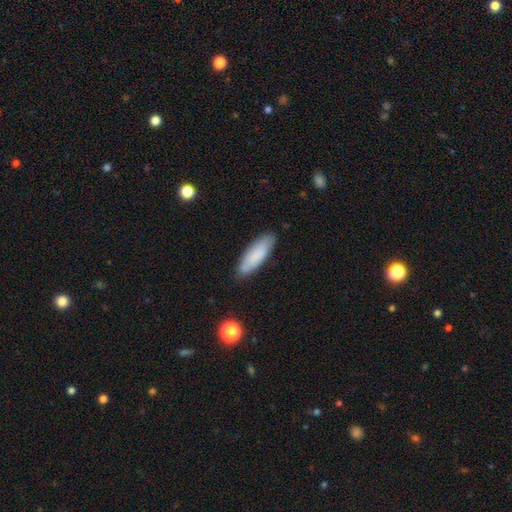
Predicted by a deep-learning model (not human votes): Smooth or featured: smooth — 79% (featured or disk — 14%)
How rounded: in between — 52% (cigar-shaped — 46%)
Merging: none — 83% (minor disturbance — 13%)